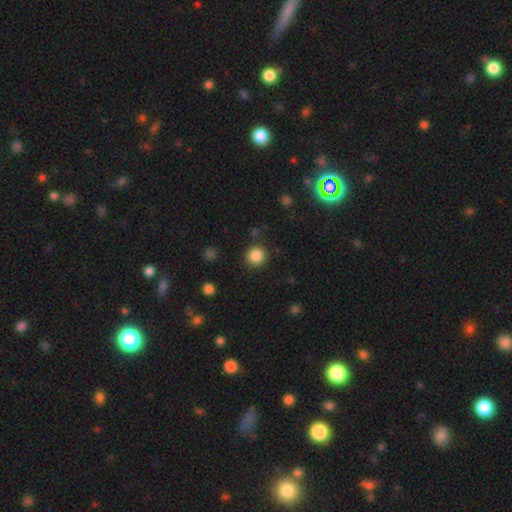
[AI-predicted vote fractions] smooth 86%, star or artifact 10%, featured or disk 4%. Down the decision tree: how rounded — round (94%); merging — none (89%).